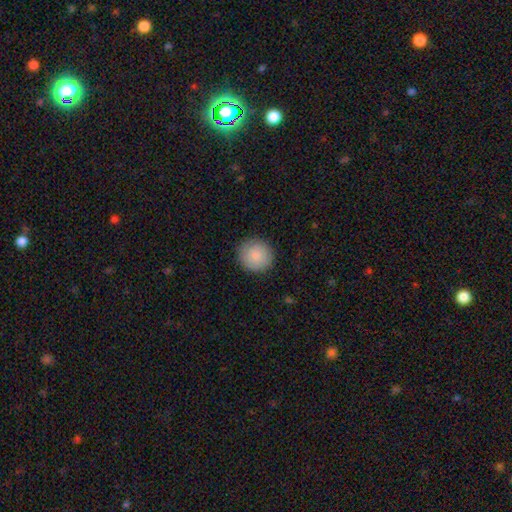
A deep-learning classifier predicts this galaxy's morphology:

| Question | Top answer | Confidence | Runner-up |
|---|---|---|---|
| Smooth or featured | smooth | 87% | star or artifact (7%) |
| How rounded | round | 94% | in between (6%) |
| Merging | none | 89% | minor disturbance (8%) |